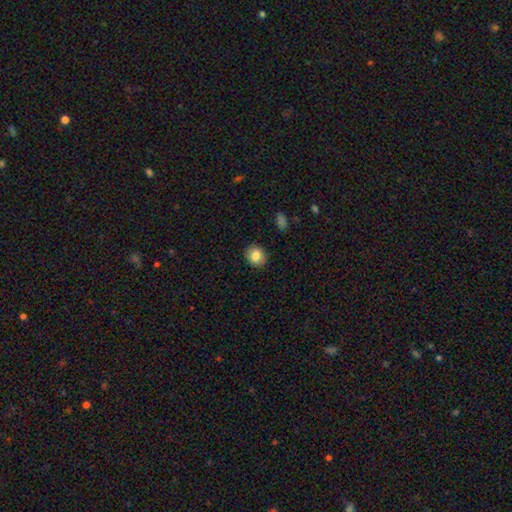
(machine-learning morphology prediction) smooth_or_featured: smooth (p=0.82) [alt: featured or disk p=0.09]
how_rounded: round (p=0.67) [alt: in between p=0.32]
merging: none (p=0.89) [alt: minor disturbance p=0.08]